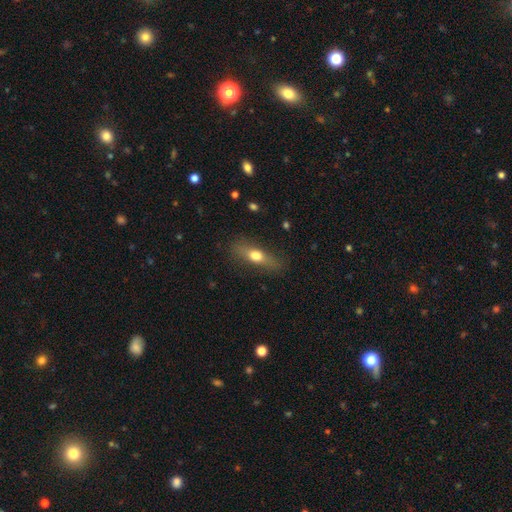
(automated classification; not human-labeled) Morphology: type=smooth (60%); roundness=cigar-shaped (50%); merging=none (78%).